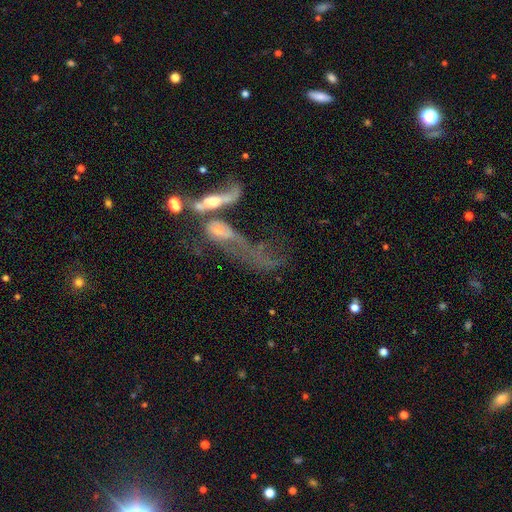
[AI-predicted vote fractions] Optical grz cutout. It shows a featured or disk galaxy (51%). Merging: merger (51%).